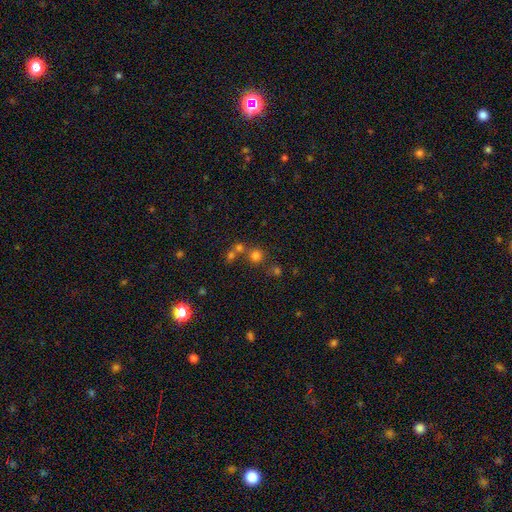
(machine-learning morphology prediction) type=smooth (68%); roundness=round (89%); merging=none (61%).